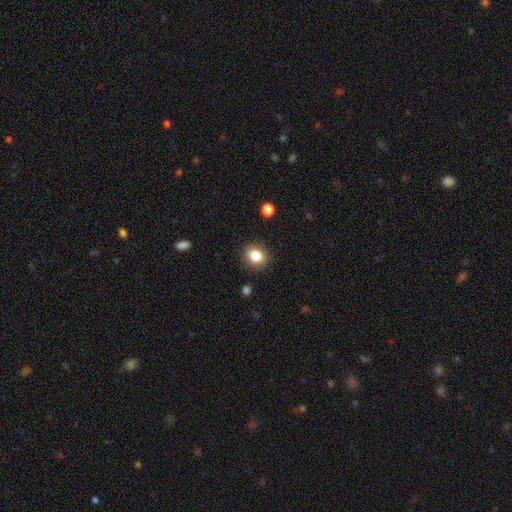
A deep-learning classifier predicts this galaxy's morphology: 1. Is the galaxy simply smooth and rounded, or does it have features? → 84% smooth, 10% star or artifact, 6% featured or disk.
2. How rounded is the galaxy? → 67% round, 33% in between, 1% cigar-shaped.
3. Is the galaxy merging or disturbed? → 88% none, 8% minor disturbance, 3% major disturbance, 1% merger.